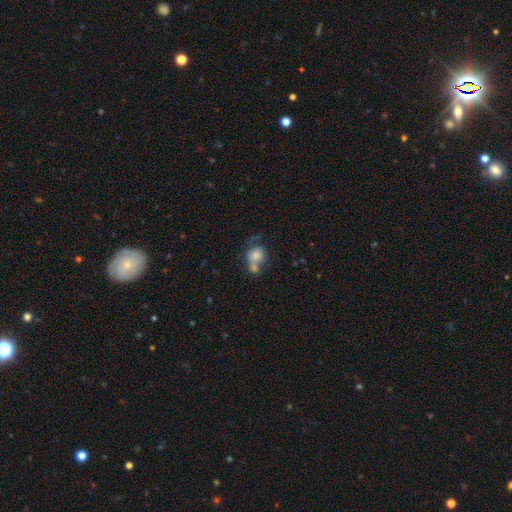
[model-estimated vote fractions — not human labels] A smooth galaxy with no disk features (76%) that is round (73%).

Vote fractions:
- Smooth or featured? smooth: 76% / featured or disk: 16% / star or artifact: 9%
- How rounded? round: 73% / in between: 26% / cigar-shaped: 1%
- Merging? merger: 52% / none: 27% / minor disturbance: 12% / major disturbance: 8%